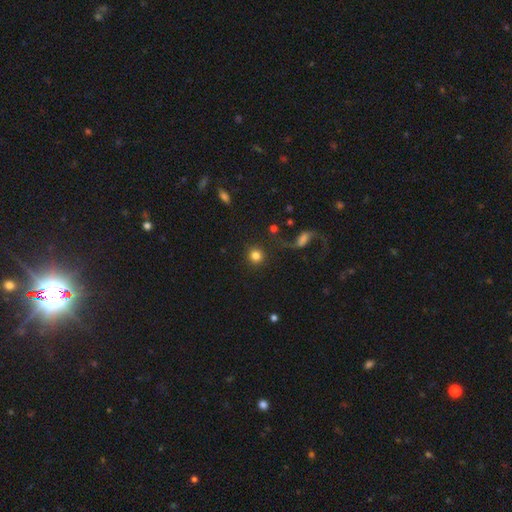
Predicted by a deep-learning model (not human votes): A smooth galaxy with no disk features (82%) that is round (93%). Merging: none (87%).